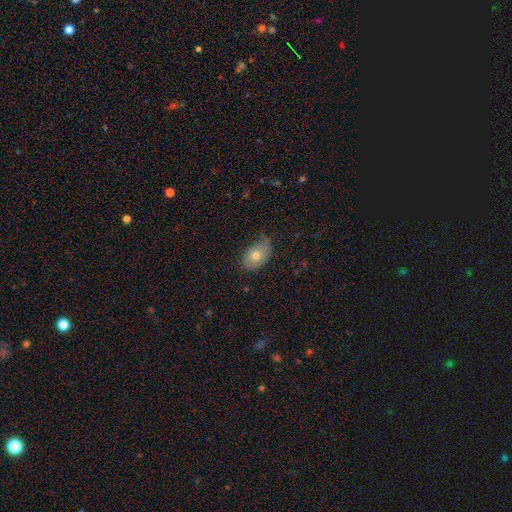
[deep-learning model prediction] smooth_or_featured: smooth (p=0.70) [alt: featured or disk p=0.22]
how_rounded: in between (p=0.85) [alt: round p=0.14]
merging: none (p=0.60) [alt: minor disturbance p=0.32]